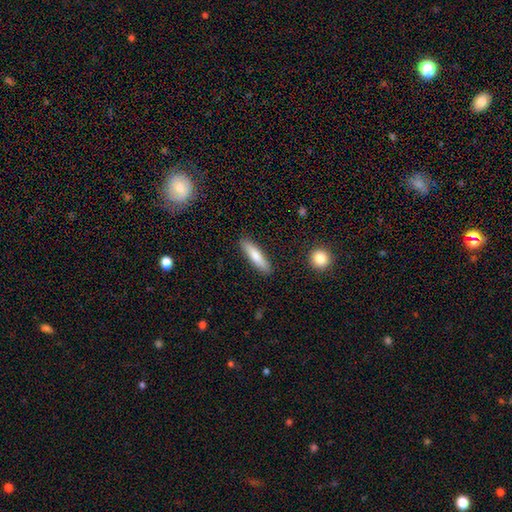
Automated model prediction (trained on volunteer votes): Q: Smooth or featured?
A: smooth (76%); runner-up: featured or disk (18%)
Q: How rounded?
A: cigar-shaped (76%); runner-up: in between (22%)
Q: Merging?
A: none (89%); runner-up: minor disturbance (8%)